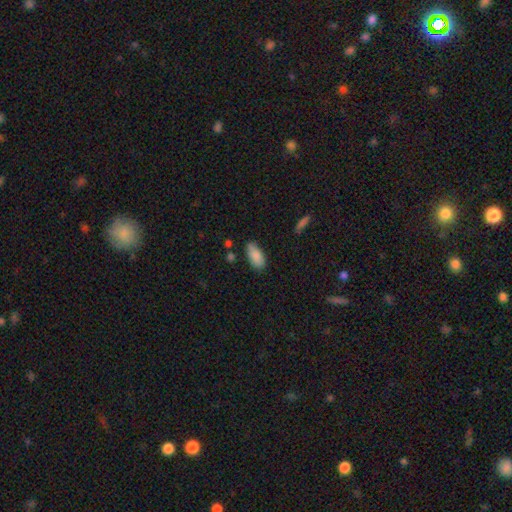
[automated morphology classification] The model was most divided on "merging": none: 75%, minor disturbance: 19%, major disturbance: 4%, merger: 3%. More confident: how rounded — in between (88%); smooth or featured — smooth (87%).